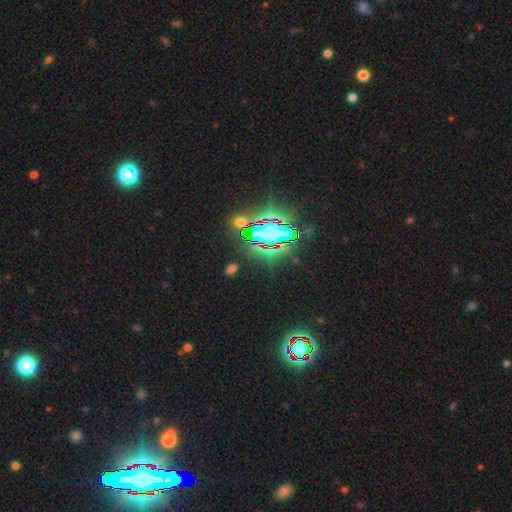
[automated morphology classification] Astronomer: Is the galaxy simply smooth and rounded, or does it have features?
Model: star or artifact — 85%.